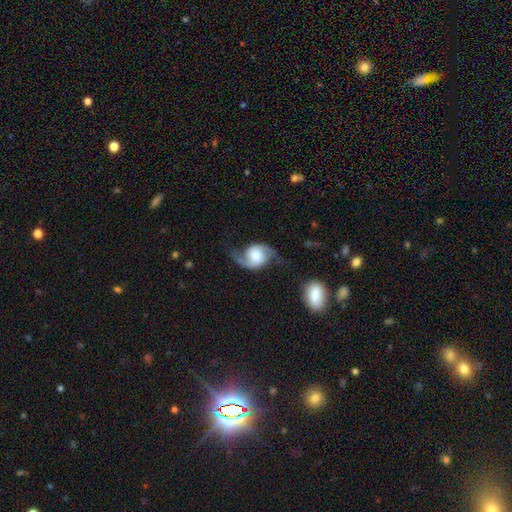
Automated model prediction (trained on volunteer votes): Smooth or featured? Predicted: featured or disk (p=0.84). Edge-on disk? Predicted: no (p=0.98). Bar? Predicted: no (p=0.66). Spiral arms? Predicted: yes (p=0.96). Spiral winding? Predicted: loose (p=0.61). Spiral arm count? Predicted: 2 (p=0.93). Bulge size? Predicted: large (p=0.41). Merging? Predicted: none (p=0.65).